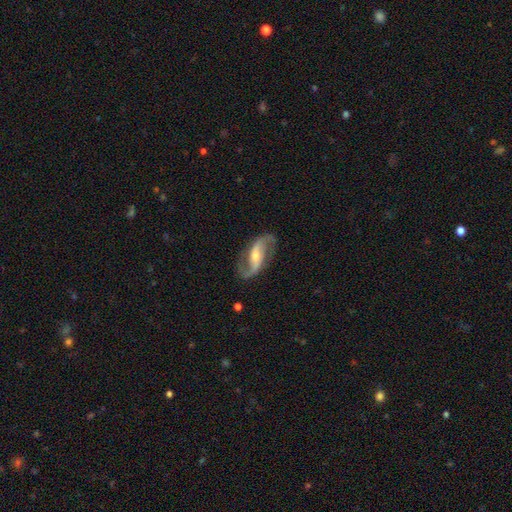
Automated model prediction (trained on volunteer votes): Q: Smooth or featured?
A: featured or disk (90%); runner-up: smooth (5%)
Q: Edge-on disk?
A: no (96%); runner-up: yes (4%)
Q: Bar?
A: strong (39%); runner-up: weak (37%)
Q: Spiral arms?
A: yes (97%); runner-up: no (3%)
Q: Spiral winding?
A: loose (54%); runner-up: medium (36%)
Q: Spiral arm count?
A: 2 (94%); runner-up: can't tell (2%)
Q: Bulge size?
A: moderate (47%); runner-up: small (46%)
Q: Merging?
A: none (82%); runner-up: minor disturbance (12%)